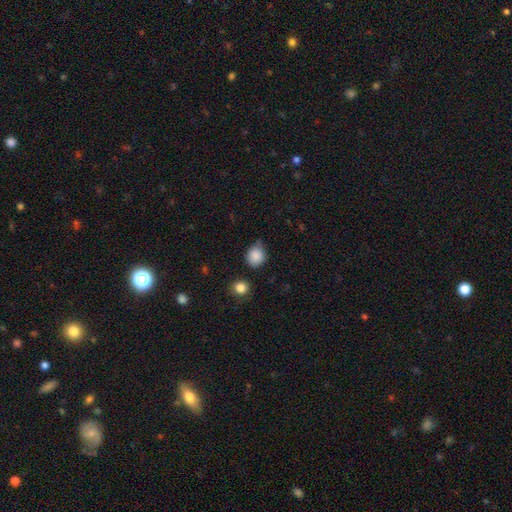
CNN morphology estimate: A smooth galaxy with no disk features (86%) that is round (79%). Merging: none (65%).